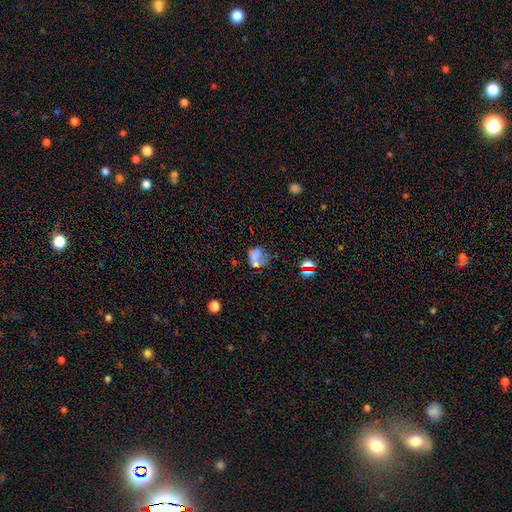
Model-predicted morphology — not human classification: Smooth or featured?
  - smooth: 56% *
  - featured or disk: 24%
  - star or artifact: 19%
How rounded?
  - round: 56% *
  - in between: 43%
  - cigar-shaped: 2%
Merging?
  - none: 37% *
  - major disturbance: 23%
  - minor disturbance: 22%
  - merger: 19%